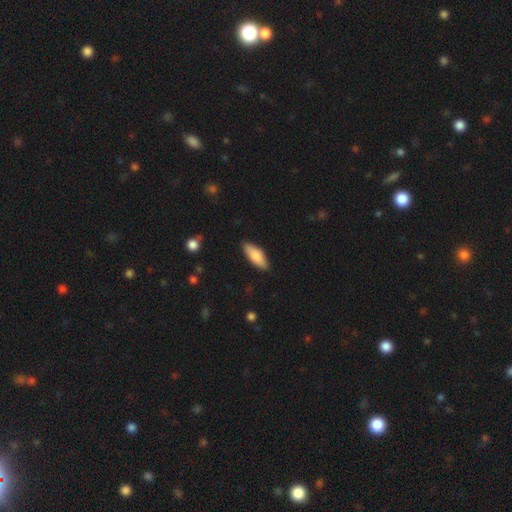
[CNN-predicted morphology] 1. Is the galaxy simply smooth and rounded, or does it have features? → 83% smooth, 11% featured or disk, 5% star or artifact.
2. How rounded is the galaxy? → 72% in between, 26% cigar-shaped, 2% round.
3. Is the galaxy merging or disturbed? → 86% none, 11% minor disturbance, 2% major disturbance, 1% merger.